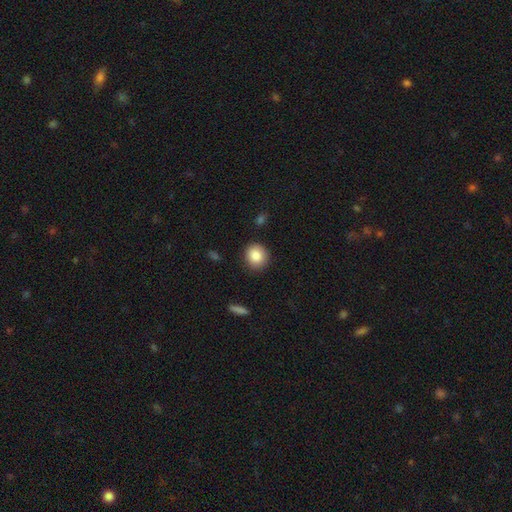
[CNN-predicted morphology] This is clearly a smooth galaxy (86%). How rounded: clearly round (87%). Merging: clearly none (88%).